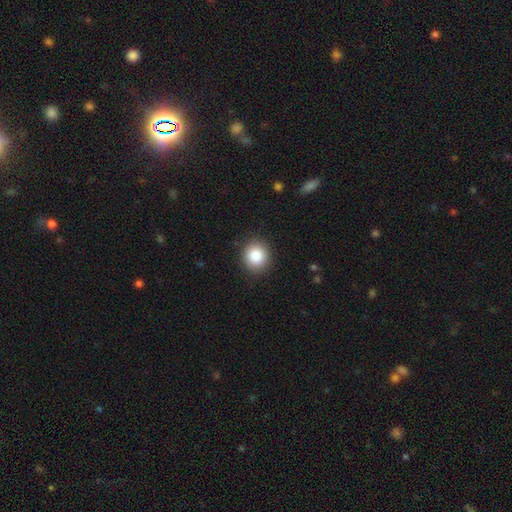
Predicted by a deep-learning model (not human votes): Q: Smooth or featured?
A: smooth (87%); runner-up: star or artifact (9%)
Q: How rounded?
A: round (88%); runner-up: in between (11%)
Q: Merging?
A: none (90%); runner-up: minor disturbance (7%)